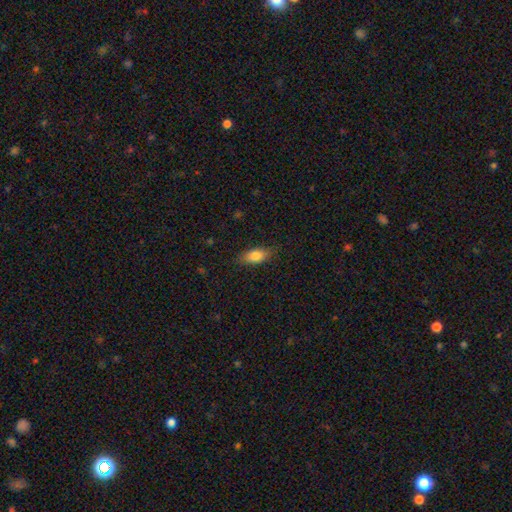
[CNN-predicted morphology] smooth-or-featured: smooth: 79% | featured or disk: 13% | star or artifact: 7%
  how-rounded: in between: 83% | cigar-shaped: 13% | round: 5%
  merging: none: 83% | minor disturbance: 13% | major disturbance: 3% | merger: 1%